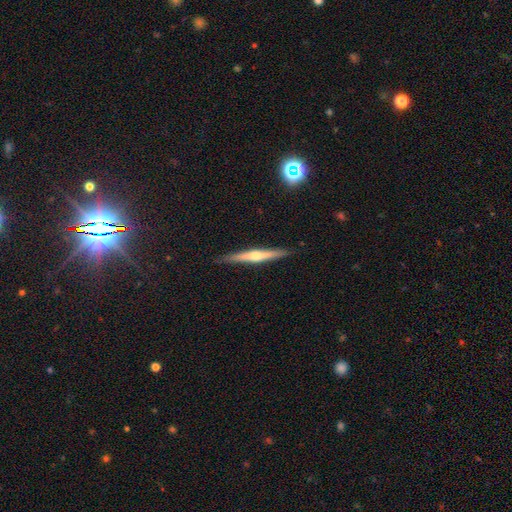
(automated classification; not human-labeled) Morphology: type=featured or disk (66%); edge-on=yes (98%); edge-on bulge=rounded (80%); merging=none (90%).